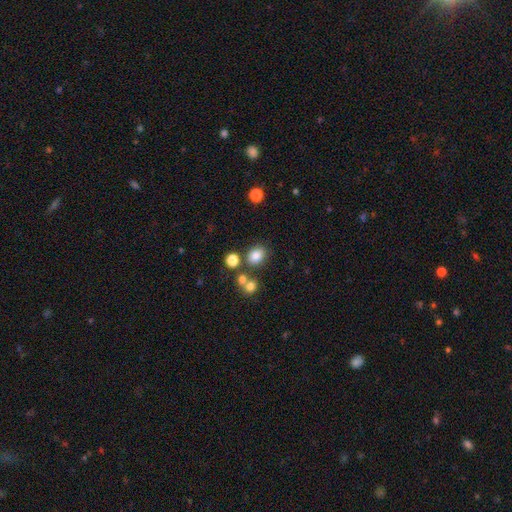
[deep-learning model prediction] The model was most divided on "how rounded": round: 52%, in between: 47%, cigar-shaped: 1%. More confident: smooth or featured — smooth (81%); merging — none (73%).